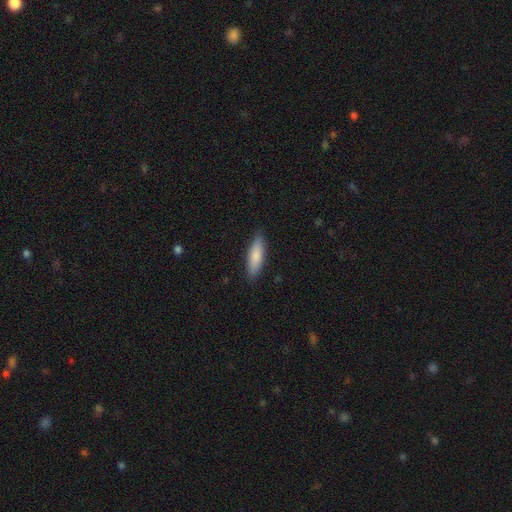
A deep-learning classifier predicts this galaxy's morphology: Overall: smooth (82%). How rounded: cigar-shaped (53%; in between 46%). Merging: none (86%).